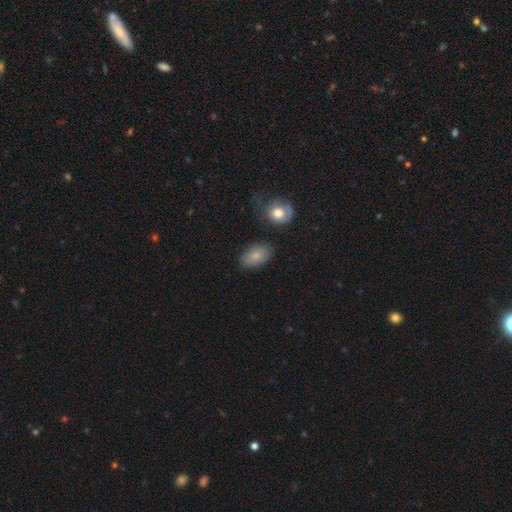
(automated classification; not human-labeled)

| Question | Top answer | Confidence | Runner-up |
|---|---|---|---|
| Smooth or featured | smooth | 81% | featured or disk (12%) |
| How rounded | in between | 90% | round (9%) |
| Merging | none | 76% | minor disturbance (15%) |